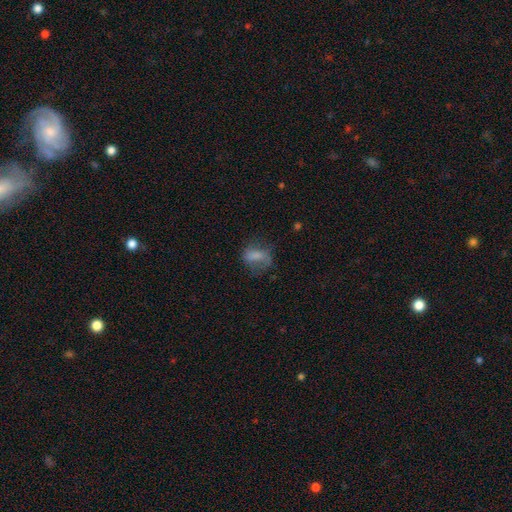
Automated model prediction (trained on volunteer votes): This is likely a smooth galaxy (63%). How rounded: likely in between (74%). Merging: marginally none (44%).